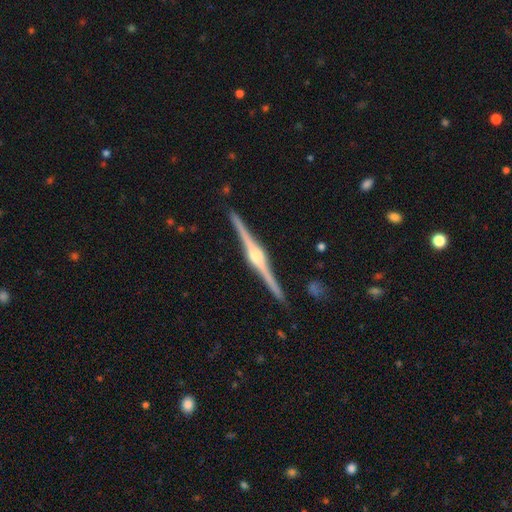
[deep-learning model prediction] Morphology: type=featured or disk (91%); edge-on=yes (99%); edge-on bulge=rounded (86%); merging=none (91%).